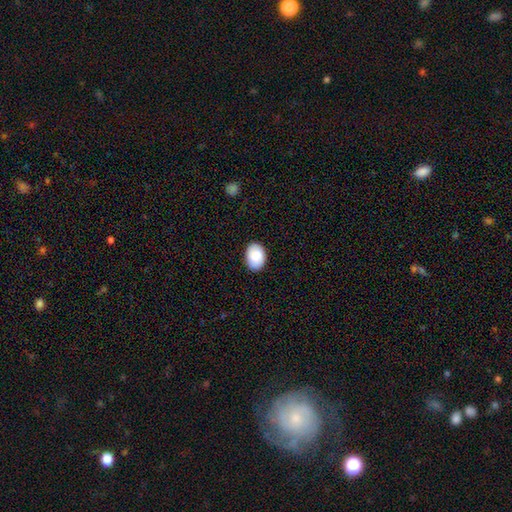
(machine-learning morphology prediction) Overall: smooth (85%). How rounded: in between (83%). Merging: none (88%).